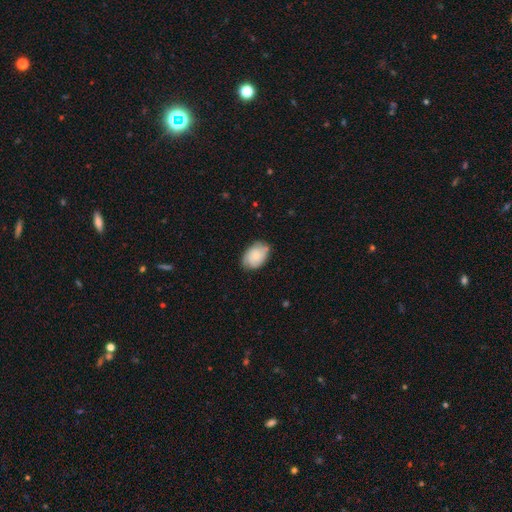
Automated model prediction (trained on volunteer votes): Smooth or featured?
  - smooth: 60% *
  - featured or disk: 32%
  - star or artifact: 7%
How rounded?
  - in between: 82% *
  - round: 17%
  - cigar-shaped: 1%
Merging?
  - none: 73% *
  - minor disturbance: 22%
  - major disturbance: 4%
  - merger: 1%